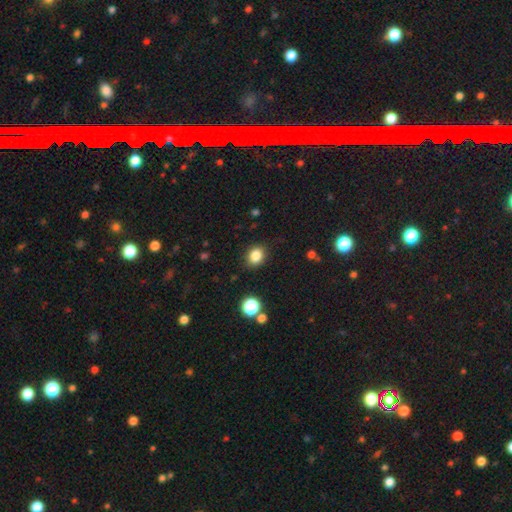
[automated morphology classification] A smooth galaxy with no disk features (84%) that is round (55%). Merging: none (86%).